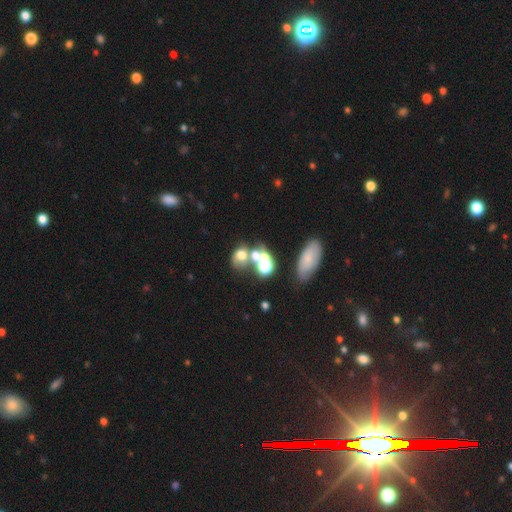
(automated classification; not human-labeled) Smooth or featured: smooth — 51% (featured or disk — 25%)
How rounded: round — 53% (in between — 45%)
Merging: merger — 55% (none — 27%)